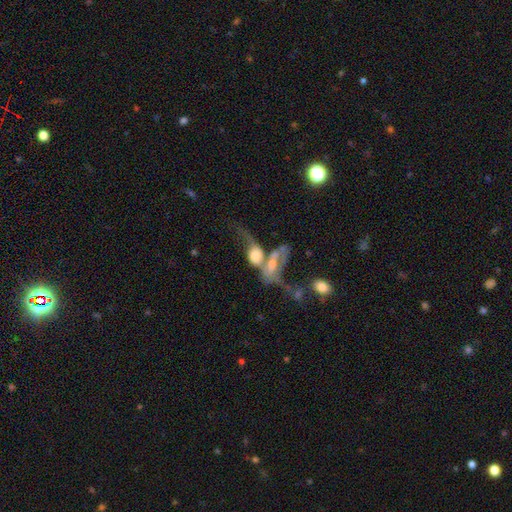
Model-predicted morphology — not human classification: A featured or disk galaxy (50%). Merging: merger (74%).